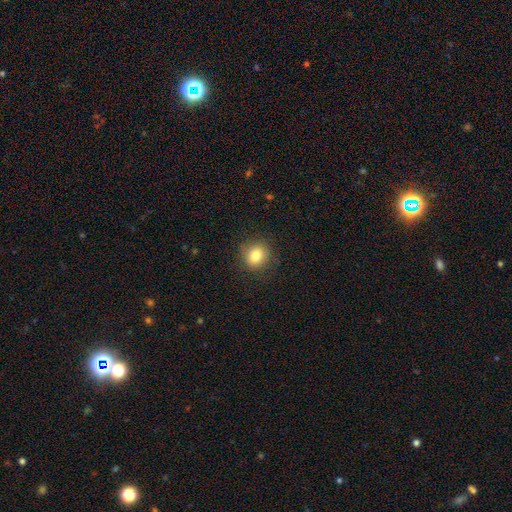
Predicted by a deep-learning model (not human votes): The model was most divided on "how rounded": round: 81%, in between: 18%, cigar-shaped: 1%. More confident: merging — none (87%); smooth or featured — smooth (82%).